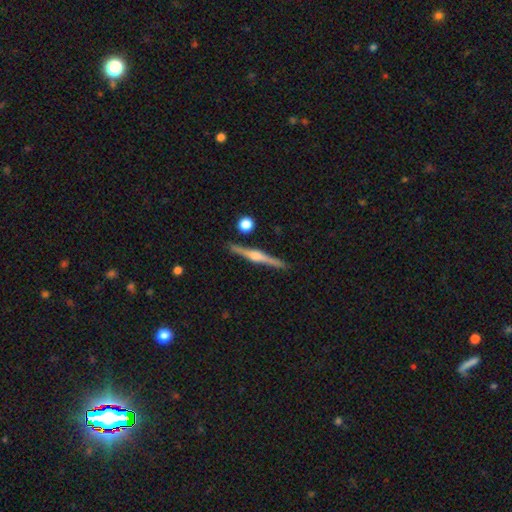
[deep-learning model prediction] Q: Smooth or featured?
A: featured or disk (82%); runner-up: smooth (13%)
Q: Edge-on disk?
A: yes (98%); runner-up: no (2%)
Q: Edge-on bulge?
A: rounded (89%); runner-up: boxy (7%)
Q: Merging?
A: none (91%); runner-up: minor disturbance (5%)